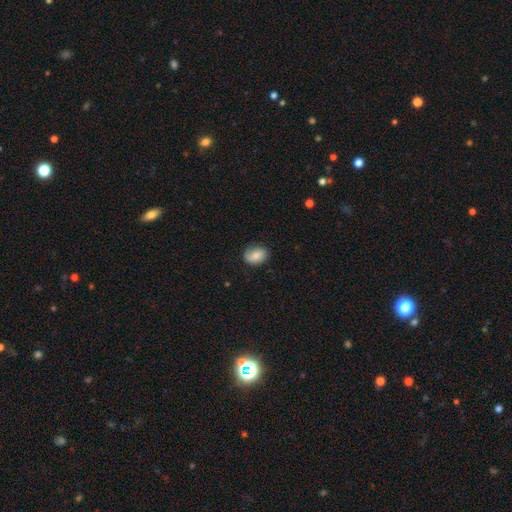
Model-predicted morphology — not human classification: smooth-or-featured: smooth: 76% | featured or disk: 16% | star or artifact: 8%
  how-rounded: in between: 68% | round: 31% | cigar-shaped: 1%
  merging: none: 75% | minor disturbance: 19% | major disturbance: 5% | merger: 1%